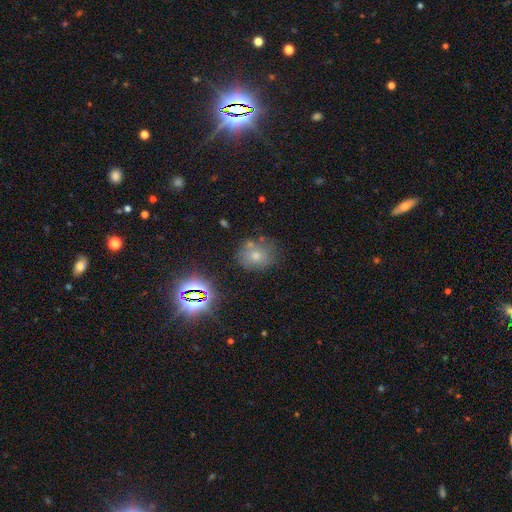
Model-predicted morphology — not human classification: This appears to be a smooth galaxy with no disk features (67%) that is round (65%). Merging: none (64%).